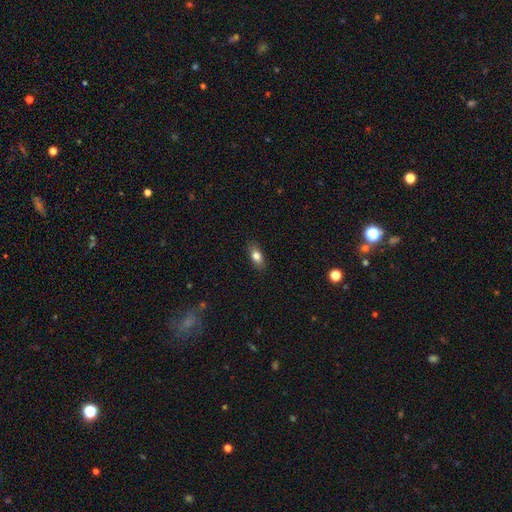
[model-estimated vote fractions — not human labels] Smooth or featured: smooth — 79% (featured or disk — 13%)
How rounded: in between — 81% (cigar-shaped — 11%)
Merging: none — 86% (minor disturbance — 10%)